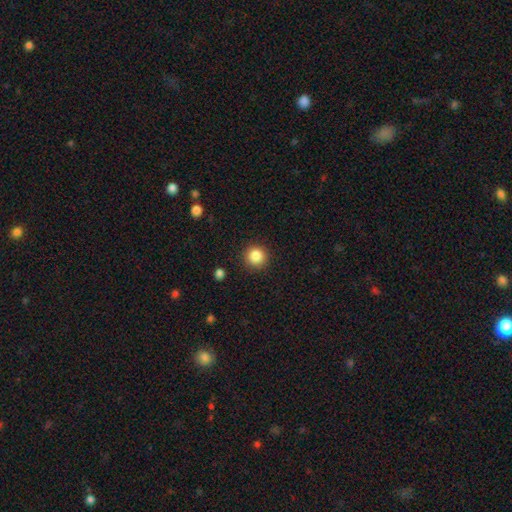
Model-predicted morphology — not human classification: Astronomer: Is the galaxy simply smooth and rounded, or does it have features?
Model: smooth — 86%.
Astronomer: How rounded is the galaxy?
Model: round — 95%.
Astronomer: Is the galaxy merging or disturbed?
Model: none — 91%.